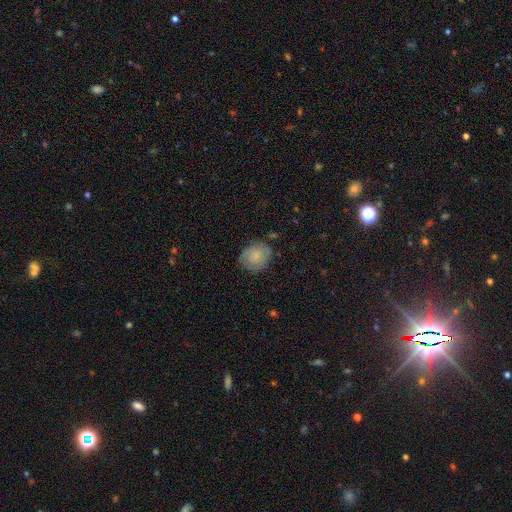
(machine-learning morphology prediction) This is likely a smooth galaxy (72%). How rounded: likely round (74%). Merging: likely none (72%).